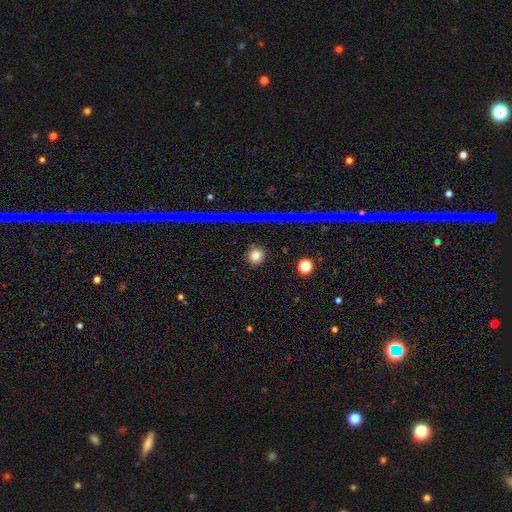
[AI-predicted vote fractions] A smooth galaxy with no disk features (78%) that is round (93%). Merging: none (91%).